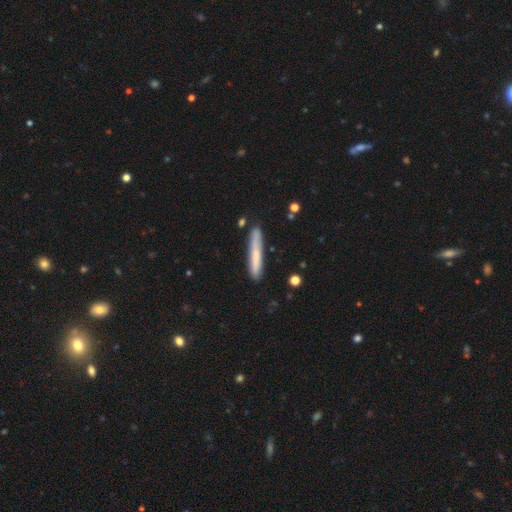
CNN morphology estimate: This appears to be a smooth galaxy with no disk features (69%) that is cigar-shaped (95%). Merging: none (83%).